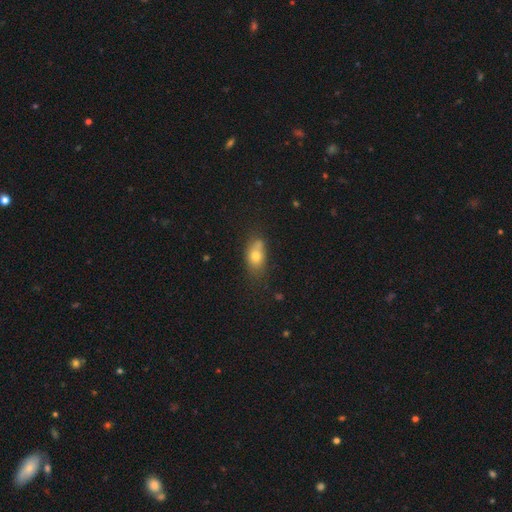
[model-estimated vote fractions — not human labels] Smooth or featured? smooth (74%)
How rounded? in between (79%)
Merging? none (55%)